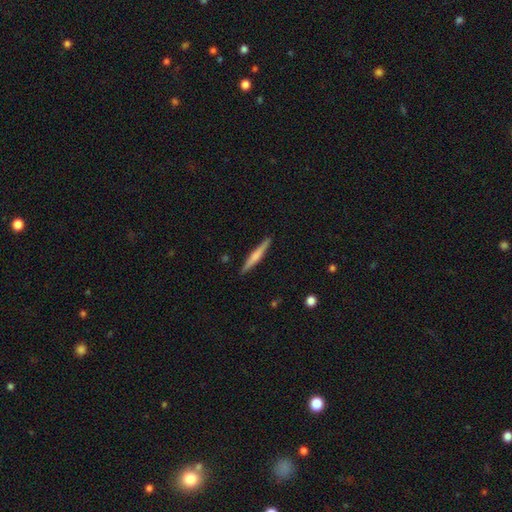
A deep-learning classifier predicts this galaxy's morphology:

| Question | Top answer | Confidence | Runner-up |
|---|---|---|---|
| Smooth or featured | featured or disk | 49% | smooth (46%) |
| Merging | none | 91% | minor disturbance (7%) |